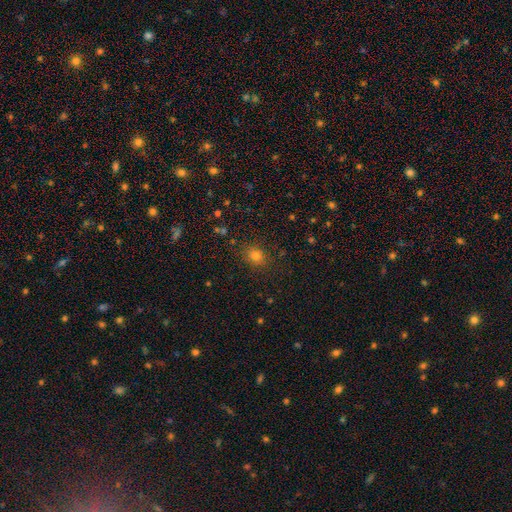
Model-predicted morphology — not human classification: smooth-or-featured: smooth: 76% | star or artifact: 17% | featured or disk: 7%
  how-rounded: round: 62% | in between: 37% | cigar-shaped: 1%
  merging: none: 87% | minor disturbance: 9% | major disturbance: 3% | merger: 1%